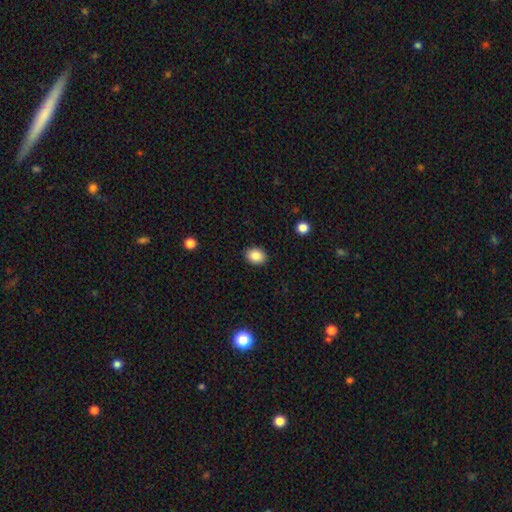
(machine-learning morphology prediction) Smooth or featured? Predicted: smooth (p=0.87). How rounded? Predicted: in between (p=0.62). Merging? Predicted: none (p=0.90).